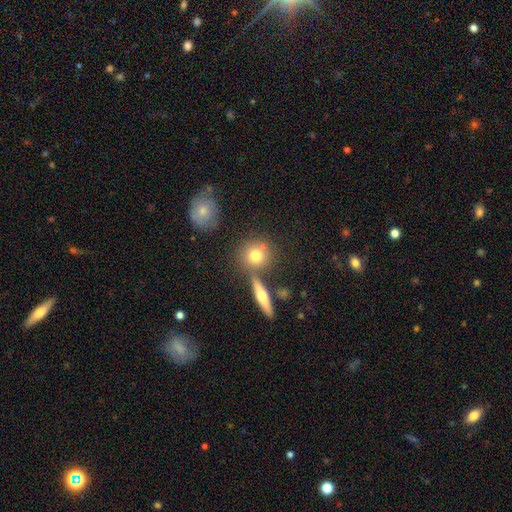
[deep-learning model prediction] Smooth or featured: smooth — 73% (featured or disk — 17%)
How rounded: round — 84% (in between — 13%)
Merging: none — 69% (merger — 18%)